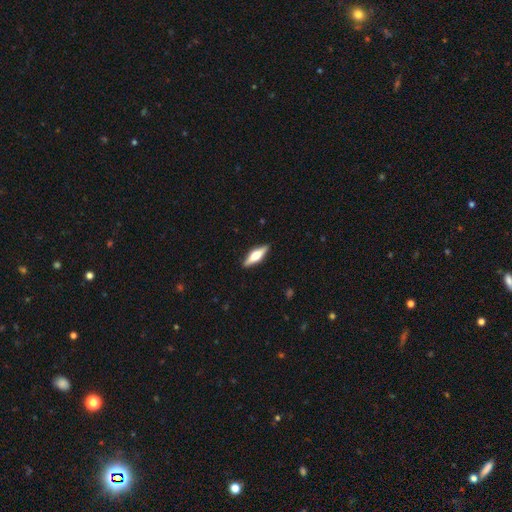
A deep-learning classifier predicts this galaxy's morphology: featured or disk 57%, smooth 37%, star or artifact 6%. Down the decision tree: edge-on disk — yes (96%); edge-on bulge — rounded (89%); merging — none (90%).